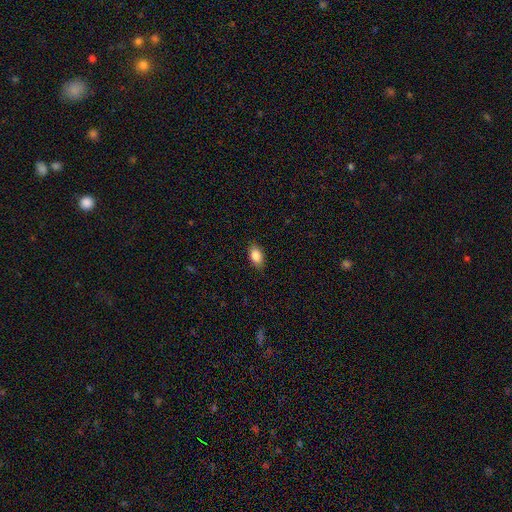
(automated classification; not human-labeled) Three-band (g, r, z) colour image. It shows a smooth galaxy with no disk features (86%) that is in between round and cigar-shaped (90%). Merging: none (87%).